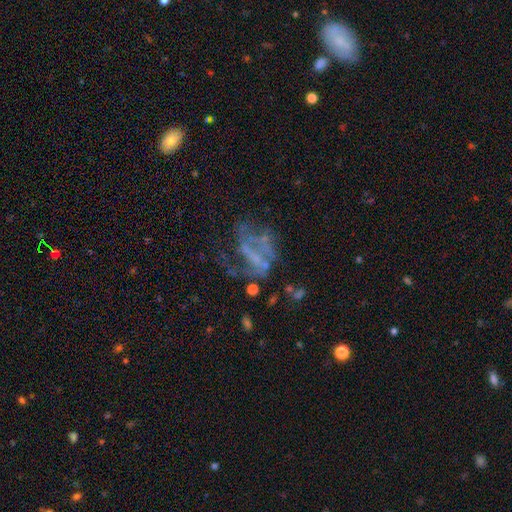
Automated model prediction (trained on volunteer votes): A featured or disk galaxy (65%) with no bar (61%), no spiral arms (63%) and no central bulge (72%). Merging: major disturbance (43%).